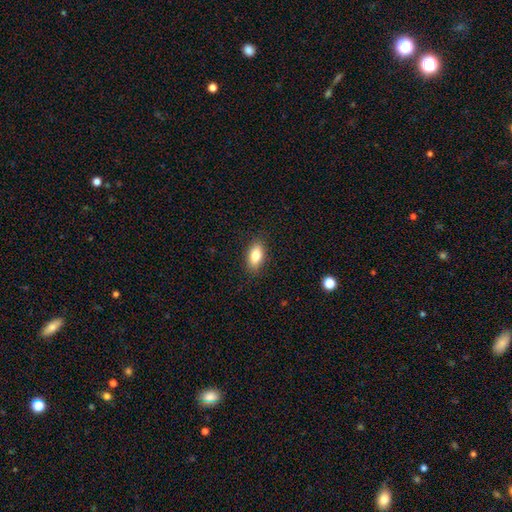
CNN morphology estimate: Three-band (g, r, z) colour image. It shows a smooth galaxy with no disk features (83%) that is in between round and cigar-shaped (88%). Merging: none (87%).